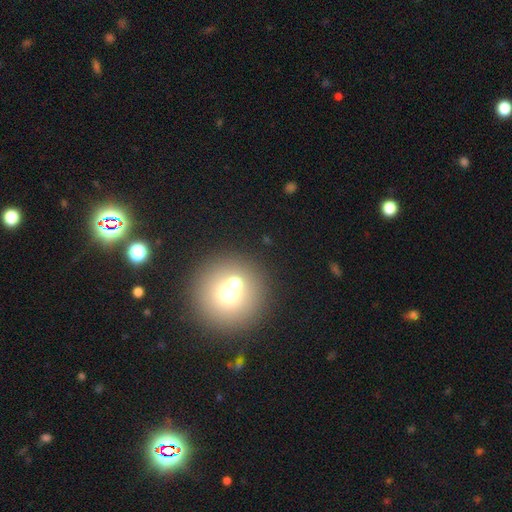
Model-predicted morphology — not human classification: This appears to be a smooth galaxy with no disk features (57%) that is round (91%). Merging: none (60%).